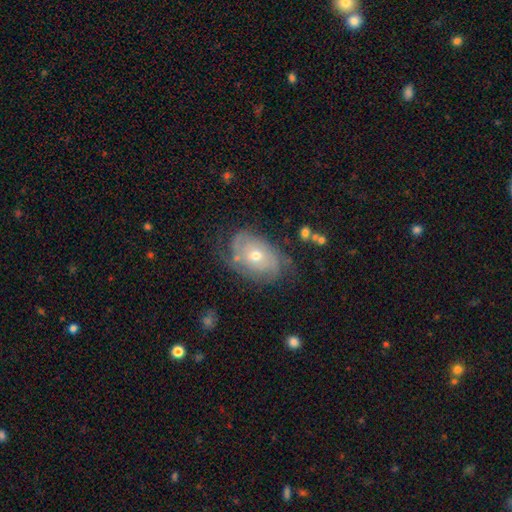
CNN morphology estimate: A featured or disk galaxy (75%) with no bar (82%), tight (61%) spiral arms (87%) and a moderate central bulge (56%).

Vote fractions:
- Smooth or featured? featured or disk: 75% / smooth: 17% / star or artifact: 8%
- Edge-on disk? no: 95% / yes: 5%
- Bar? no: 82% / weak: 15% / strong: 3%
- Spiral arms? yes: 87% / no: 13%
- Spiral winding? tight: 61% / medium: 27% / loose: 12%
- Spiral arm count? can't tell: 41% / 2: 29% / 3: 14% / 1: 7% / 4: 6% / more than 4: 4%
- Bulge size? moderate: 56% / small: 40% / large: 2% / none: 1% / dominant: 1%
- Merging? none: 64% / minor disturbance: 22% / major disturbance: 11% / merger: 2%